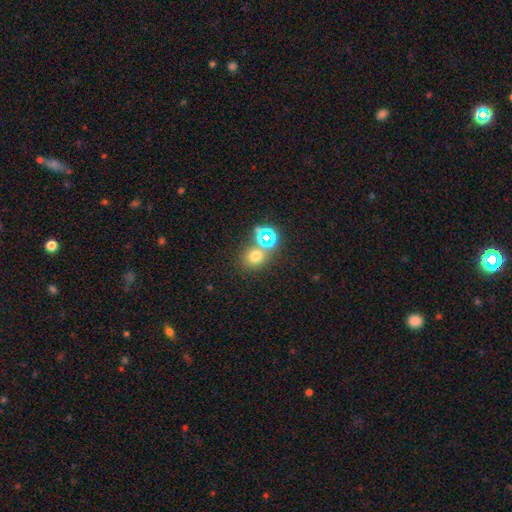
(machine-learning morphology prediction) This is likely a smooth galaxy (64%). How rounded: likely round (75%). Merging: likely none (63%).